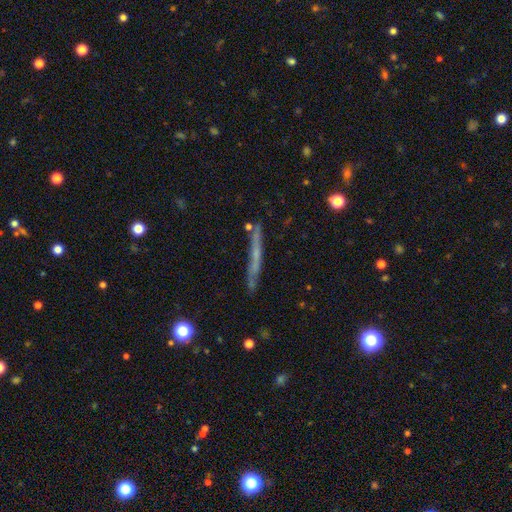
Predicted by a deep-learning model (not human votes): featured or disk 51%, smooth 40%, star or artifact 8%. Down the decision tree: edge-on disk — yes (93%); merging — none (79%).